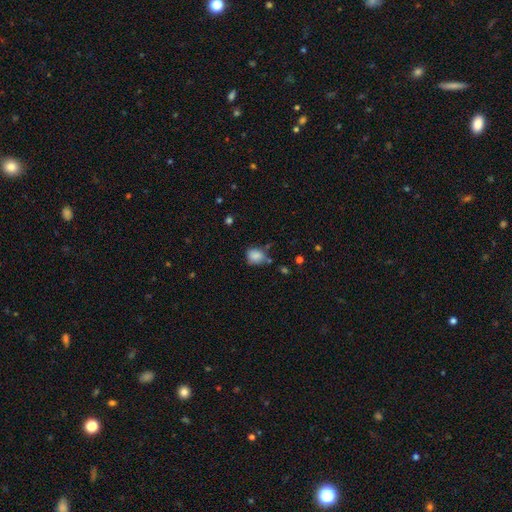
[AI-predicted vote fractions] The model was most divided on "how rounded": round: 53%, in between: 46%, cigar-shaped: 1%. More confident: smooth or featured — smooth (82%); merging — none (55%).